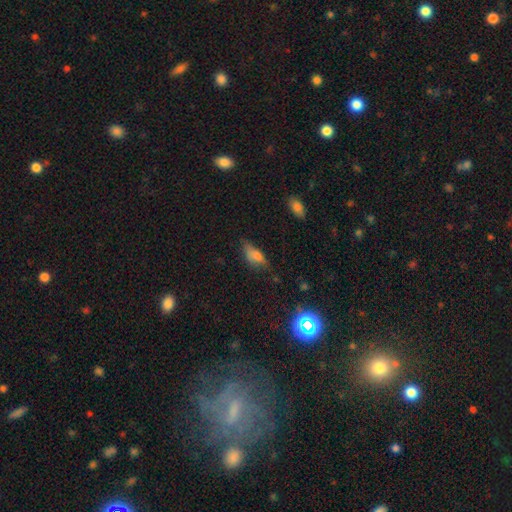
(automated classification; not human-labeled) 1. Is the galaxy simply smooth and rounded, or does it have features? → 67% smooth, 19% featured or disk, 14% star or artifact.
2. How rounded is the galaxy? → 79% in between, 16% cigar-shaped, 5% round.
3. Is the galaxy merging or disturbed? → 45% none, 36% minor disturbance, 16% major disturbance, 3% merger.